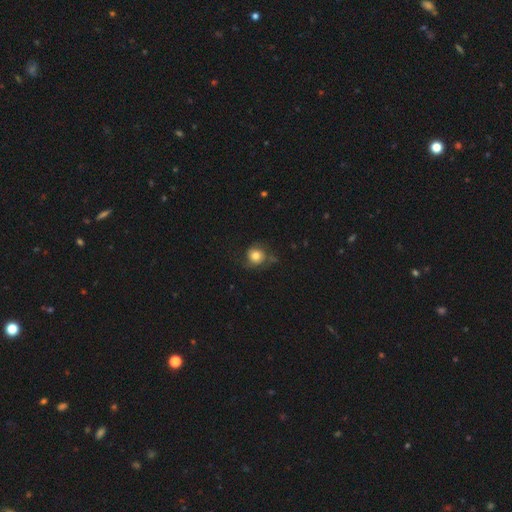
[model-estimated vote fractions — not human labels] The model was most divided on "merging": none: 57%, minor disturbance: 25%, major disturbance: 16%, merger: 2%. More confident: how rounded — round (83%); smooth or featured — smooth (65%).